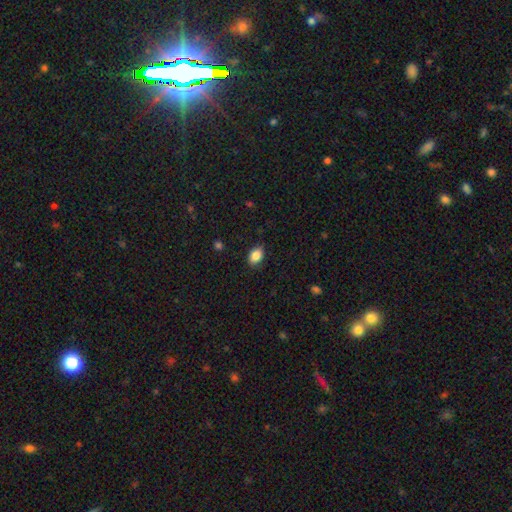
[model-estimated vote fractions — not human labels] Overall: smooth (86%). How rounded: in between (83%). Merging: none (85%).